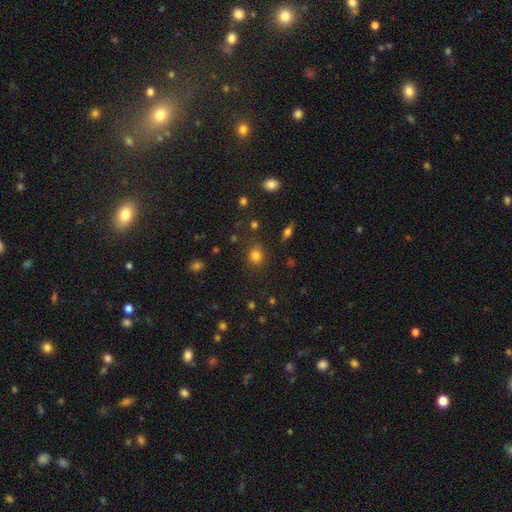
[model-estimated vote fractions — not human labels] Q: Smooth or featured?
A: smooth (79%); runner-up: star or artifact (14%)
Q: How rounded?
A: round (73%); runner-up: in between (26%)
Q: Merging?
A: none (80%); runner-up: minor disturbance (13%)